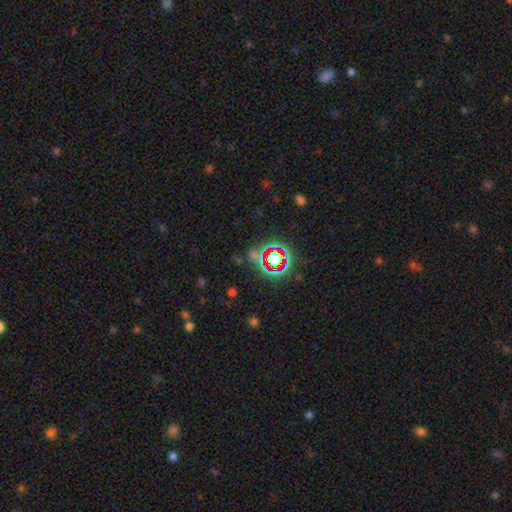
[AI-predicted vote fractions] smooth_or_featured: star or artifact (p=0.71) [alt: smooth p=0.18]